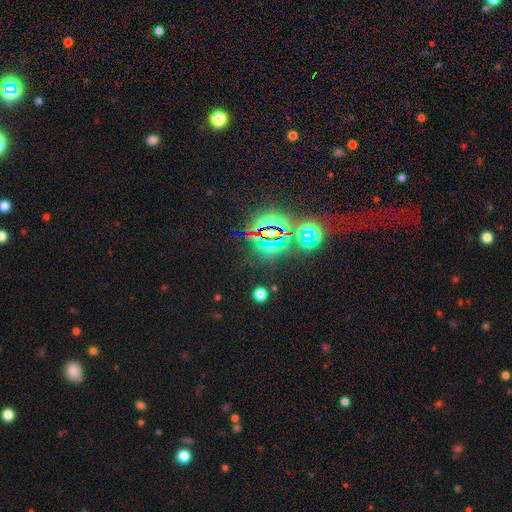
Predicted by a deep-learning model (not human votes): Smooth or featured: star or artifact — 78% (smooth — 13%)